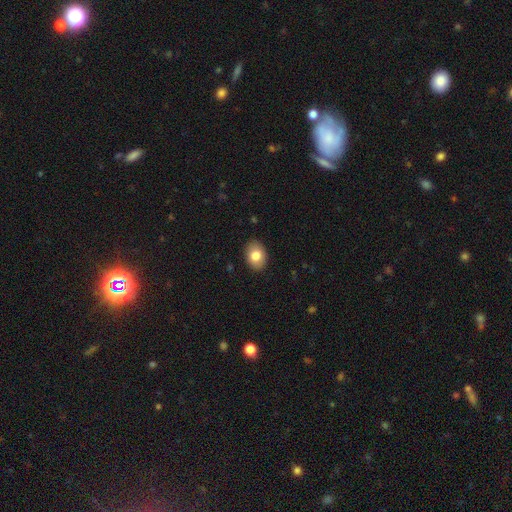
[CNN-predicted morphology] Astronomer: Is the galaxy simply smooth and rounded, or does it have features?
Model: smooth — 82%.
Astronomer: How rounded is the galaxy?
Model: in between — 80%.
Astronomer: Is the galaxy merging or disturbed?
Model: none — 88%.